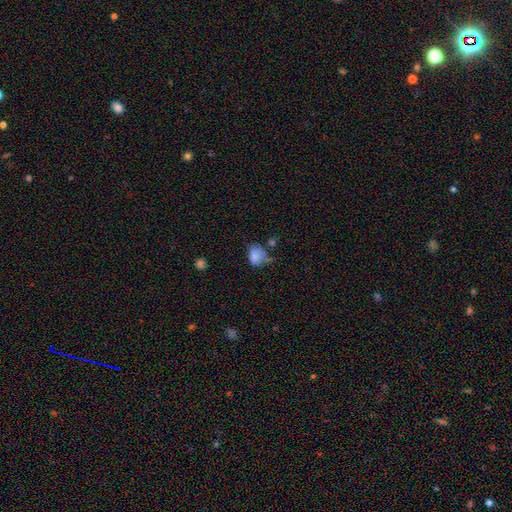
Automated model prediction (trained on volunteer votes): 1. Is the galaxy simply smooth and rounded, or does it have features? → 75% smooth, 13% featured or disk, 11% star or artifact.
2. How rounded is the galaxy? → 65% in between, 34% round, 1% cigar-shaped.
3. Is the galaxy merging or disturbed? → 35% none, 34% minor disturbance, 20% major disturbance, 11% merger.